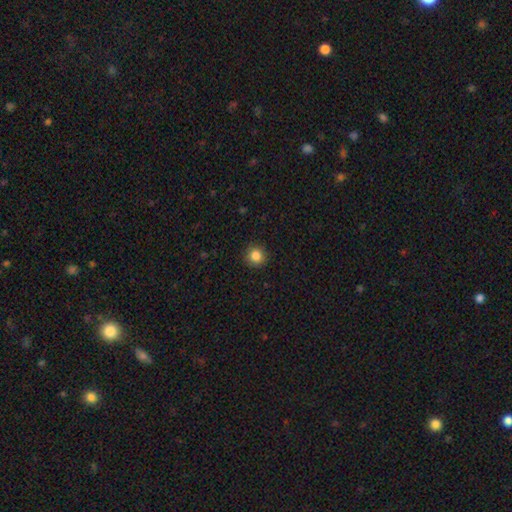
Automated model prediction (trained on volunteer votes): smooth 85%, star or artifact 11%, featured or disk 4%. Down the decision tree: how rounded — round (93%); merging — none (91%).